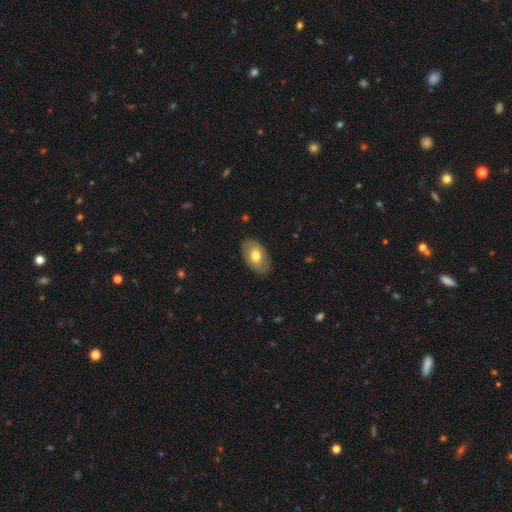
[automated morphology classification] Smooth or featured? smooth (69%)
How rounded? in between (91%)
Merging? none (86%)